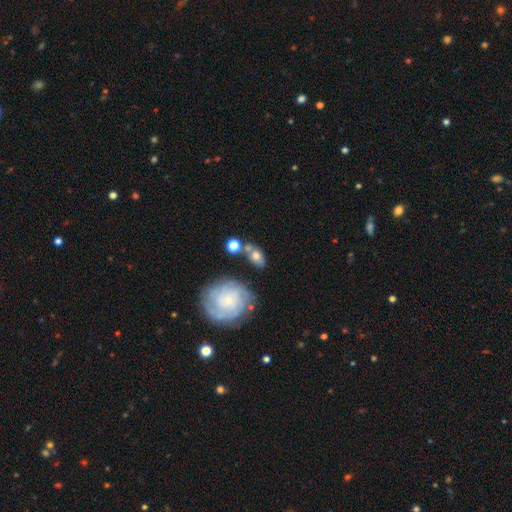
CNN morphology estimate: Smooth or featured? smooth (55%)
How rounded? in between (65%)
Merging? none (52%)